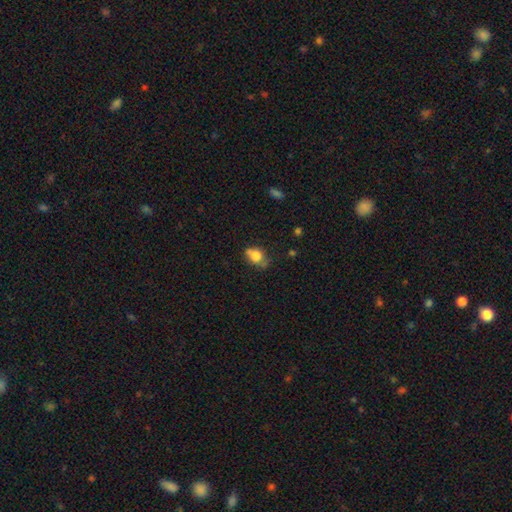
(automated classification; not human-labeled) This is likely a smooth galaxy (75%). How rounded: possibly in between (53%). Merging: possibly none (48%).